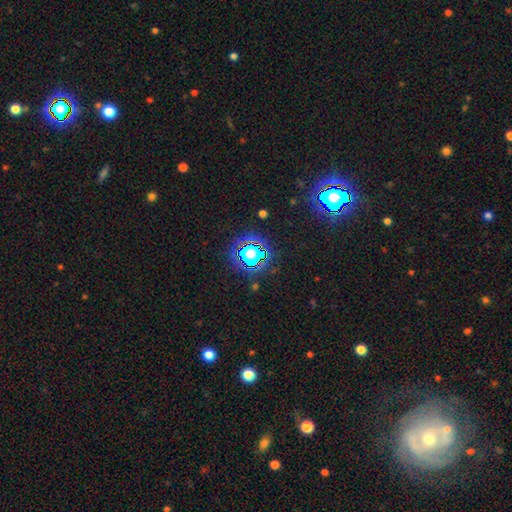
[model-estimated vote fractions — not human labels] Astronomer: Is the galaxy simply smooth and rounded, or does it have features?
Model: star or artifact — 63%.